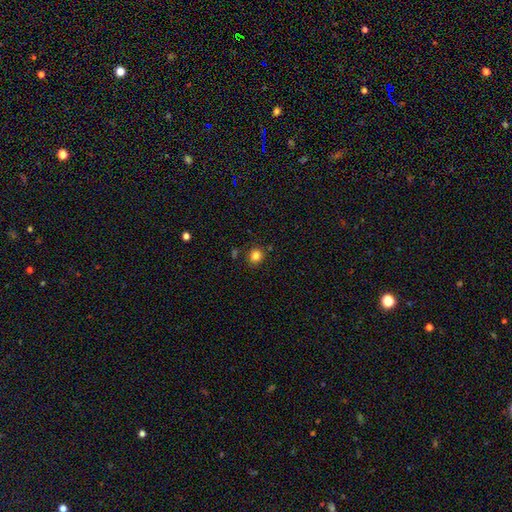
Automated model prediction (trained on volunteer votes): Overall: smooth (83%). How rounded: round (82%). Merging: none (84%).